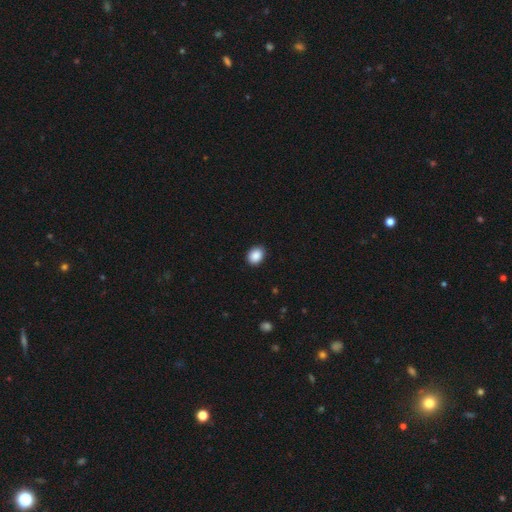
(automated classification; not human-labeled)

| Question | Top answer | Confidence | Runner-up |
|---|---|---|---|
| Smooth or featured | smooth | 89% | star or artifact (8%) |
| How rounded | round | 53% | in between (46%) |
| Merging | none | 90% | minor disturbance (7%) |